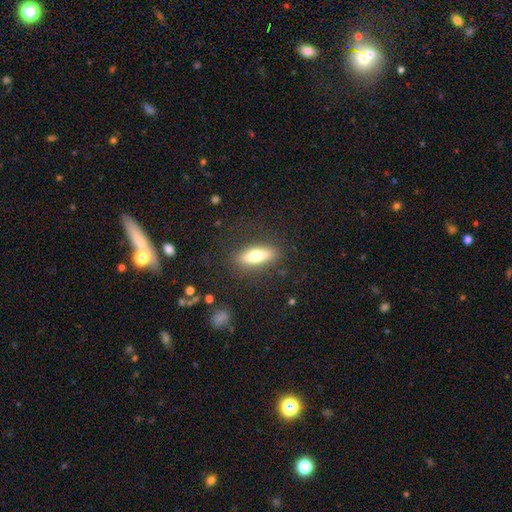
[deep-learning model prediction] Smooth or featured: smooth — 61% (featured or disk — 32%)
How rounded: cigar-shaped — 49% (in between — 48%)
Merging: none — 84% (minor disturbance — 10%)